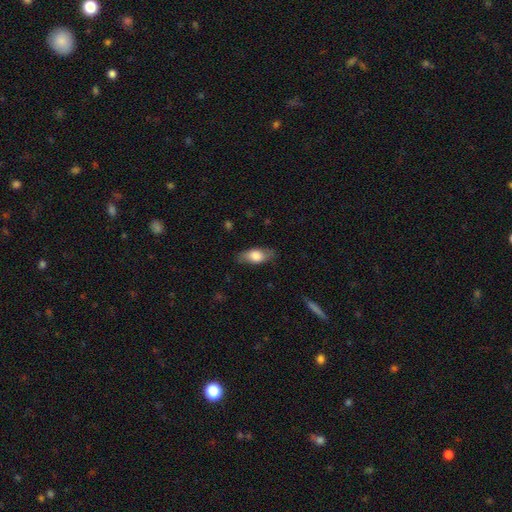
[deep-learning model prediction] Q: Smooth or featured?
A: smooth (71%); runner-up: featured or disk (23%)
Q: How rounded?
A: in between (81%); runner-up: cigar-shaped (14%)
Q: Merging?
A: none (79%); runner-up: minor disturbance (16%)